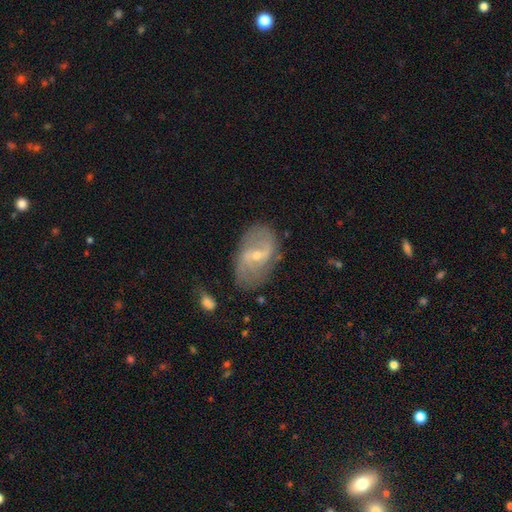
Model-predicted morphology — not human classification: Smooth or featured?
  - featured or disk: 78% *
  - smooth: 15%
  - star or artifact: 7%
Edge-on disk?
  - no: 96% *
  - yes: 4%
Bar?
  - weak: 52% *
  - no: 28%
  - strong: 21%
Spiral arms?
  - yes: 86% *
  - no: 14%
Spiral winding?
  - loose: 45% *
  - medium: 37%
  - tight: 17%
Spiral arm count?
  - 2: 77% *
  - can't tell: 14%
  - 1: 3%
  - 3: 3%
  - 4: 2%
  - more than 4: 2%
Bulge size?
  - small: 67% *
  - moderate: 30%
  - none: 1%
  - large: 1%
  - dominant: 1%
Merging?
  - none: 69% *
  - minor disturbance: 21%
  - major disturbance: 8%
  - merger: 3%